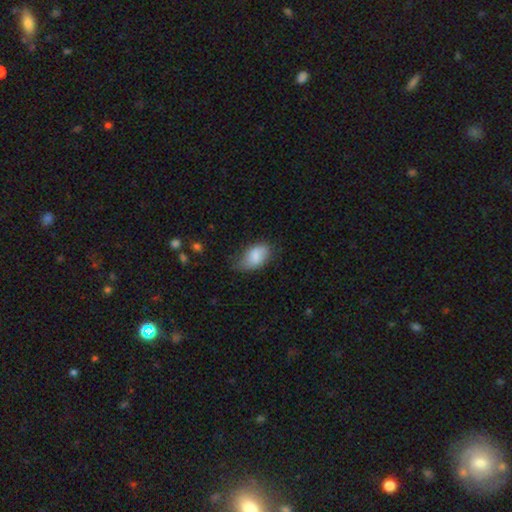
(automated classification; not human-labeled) This is likely a smooth galaxy (80%). How rounded: clearly in between (91%). Merging: possibly none (49%).